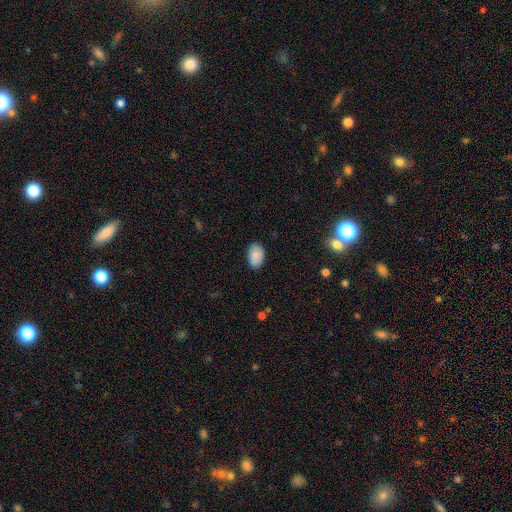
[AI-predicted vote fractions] A smooth galaxy with no disk features (89%) that is in between round and cigar-shaped (87%).

Vote fractions:
- Smooth or featured? smooth: 89% / star or artifact: 7% / featured or disk: 4%
- How rounded? in between: 87% / round: 12% / cigar-shaped: 1%
- Merging? none: 85% / minor disturbance: 12% / major disturbance: 2% / merger: 1%